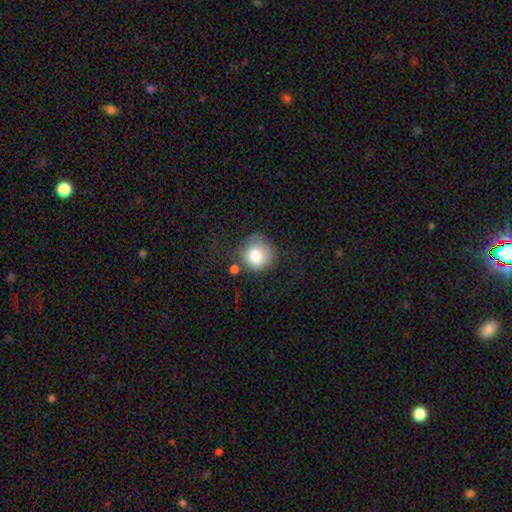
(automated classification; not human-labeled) This is likely a smooth galaxy (79%). How rounded: clearly round (92%). Merging: likely none (63%).